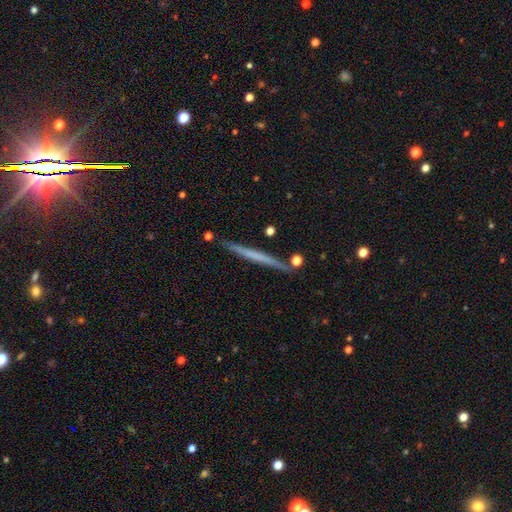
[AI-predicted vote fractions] Smooth or featured?
  - featured or disk: 52% *
  - smooth: 43%
  - star or artifact: 6%
Edge-on disk?
  - yes: 97% *
  - no: 3%
Merging?
  - none: 88% *
  - minor disturbance: 8%
  - merger: 3%
  - major disturbance: 2%